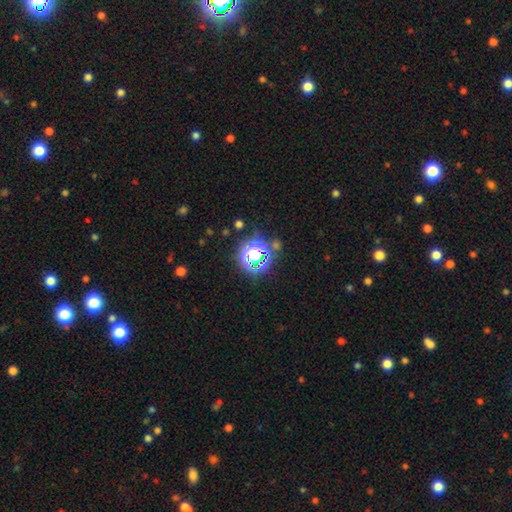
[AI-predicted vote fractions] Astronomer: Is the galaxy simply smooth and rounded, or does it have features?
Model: star or artifact — 56% (runner-up: smooth, 33%).